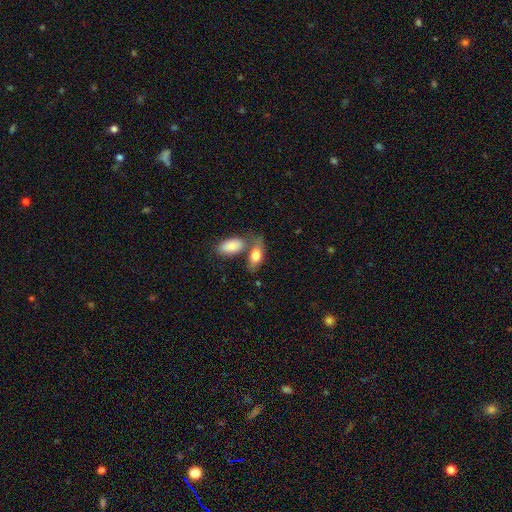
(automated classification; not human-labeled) Overall: smooth (78%). How rounded: in between (85%). Merging: none (45%; merger 36%).